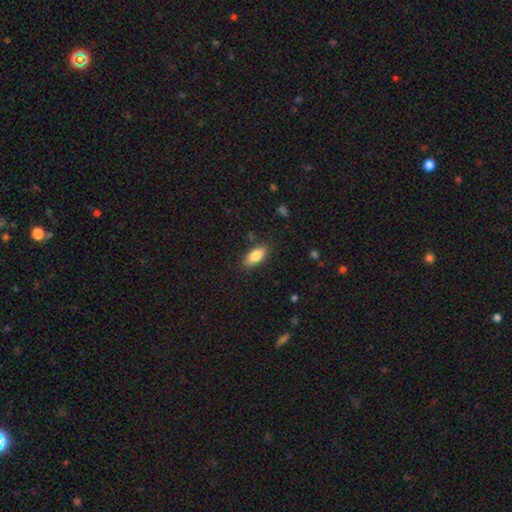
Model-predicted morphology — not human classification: This is clearly a smooth galaxy (82%). How rounded: clearly in between (85%). Merging: clearly none (84%).